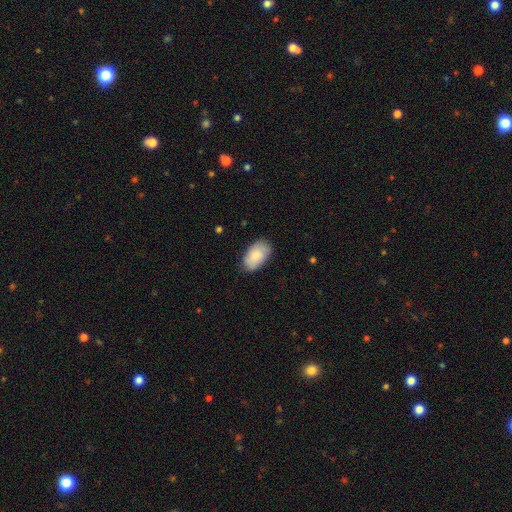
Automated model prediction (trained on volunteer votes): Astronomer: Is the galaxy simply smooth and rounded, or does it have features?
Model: smooth — 80%.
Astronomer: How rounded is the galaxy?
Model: in between — 93%.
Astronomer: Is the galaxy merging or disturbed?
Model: none — 78%.